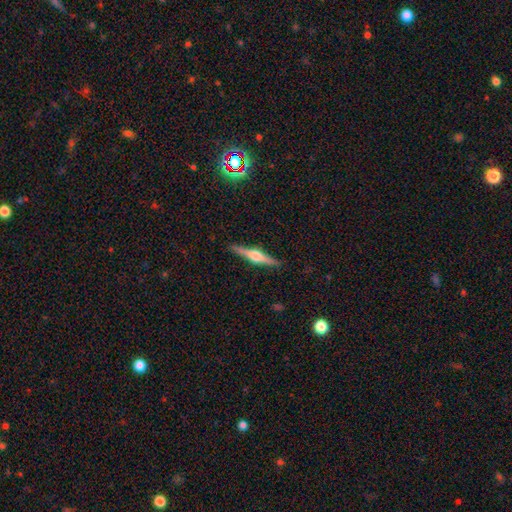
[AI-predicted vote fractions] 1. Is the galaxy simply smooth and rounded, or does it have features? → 76% featured or disk, 18% smooth, 6% star or artifact.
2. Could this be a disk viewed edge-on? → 98% yes, 2% no.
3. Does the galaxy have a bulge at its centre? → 91% rounded, 6% boxy, 2% none.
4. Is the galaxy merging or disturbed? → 91% none, 7% minor disturbance, 2% major disturbance, 1% merger.